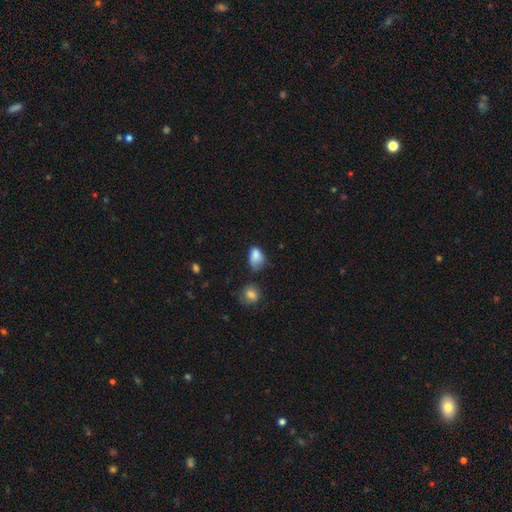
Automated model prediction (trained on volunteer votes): This appears to be a smooth galaxy with no disk features (82%) that is in between round and cigar-shaped (79%). Merging: minor disturbance (39%).